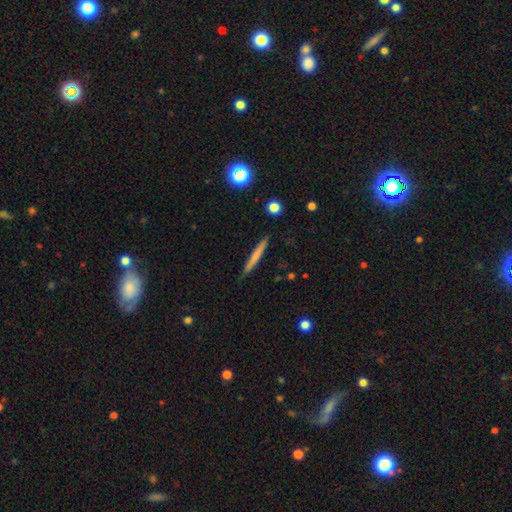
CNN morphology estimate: Q: Smooth or featured?
A: smooth (61%); runner-up: featured or disk (32%)
Q: How rounded?
A: cigar-shaped (96%); runner-up: in between (3%)
Q: Merging?
A: none (88%); runner-up: minor disturbance (9%)